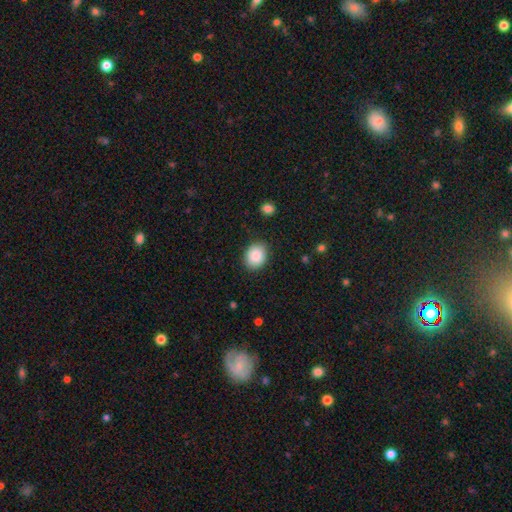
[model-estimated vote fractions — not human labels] smooth_or_featured: smooth (p=0.88) [alt: star or artifact p=0.08]
how_rounded: round (p=0.55) [alt: in between p=0.44]
merging: none (p=0.85) [alt: minor disturbance p=0.11]